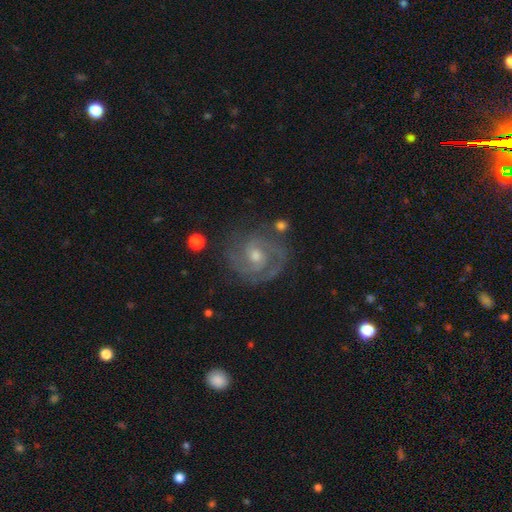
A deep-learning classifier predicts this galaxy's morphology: Overall: featured or disk (88%). Edge-on disk: no (98%). Bar: no (51%; weak 42%). Spiral arms: yes (97%). Spiral arm count: 2 (66%). Spiral winding: tight (57%; medium 37%). Bulge size: moderate (53%; small 42%). Merging: none (77%).